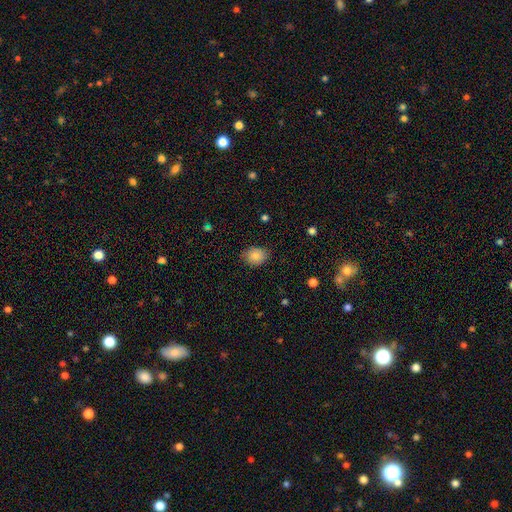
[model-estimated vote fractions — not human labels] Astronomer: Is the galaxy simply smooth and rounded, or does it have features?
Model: smooth — 83%.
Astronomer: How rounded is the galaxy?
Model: round — 53% (runner-up: in between, 46%).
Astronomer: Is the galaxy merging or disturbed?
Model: none — 77%.